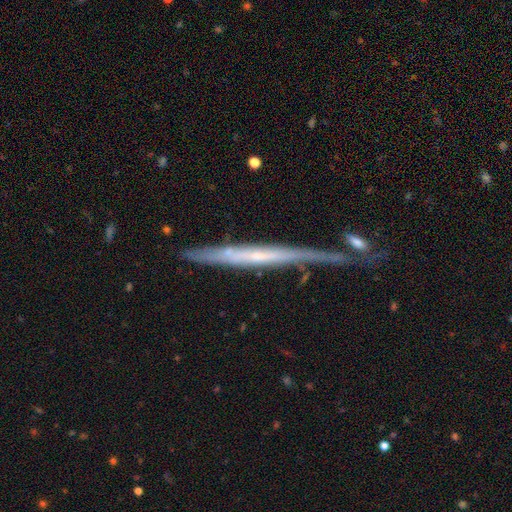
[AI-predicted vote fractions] A featured or disk galaxy (68%) viewed edge-on (92%) with no central bulge (76%).

Vote fractions:
- Smooth or featured? featured or disk: 68% / smooth: 25% / star or artifact: 7%
- Edge-on disk? yes: 92% / no: 8%
- Edge-on bulge? none: 76% / rounded: 18% / boxy: 6%
- Merging? none: 59% / minor disturbance: 20% / merger: 14% / major disturbance: 7%